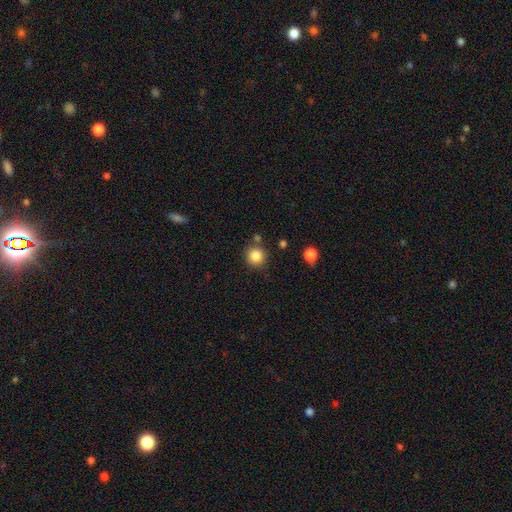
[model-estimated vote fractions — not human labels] Morphology: type=smooth (85%); roundness=round (94%); merging=none (83%).